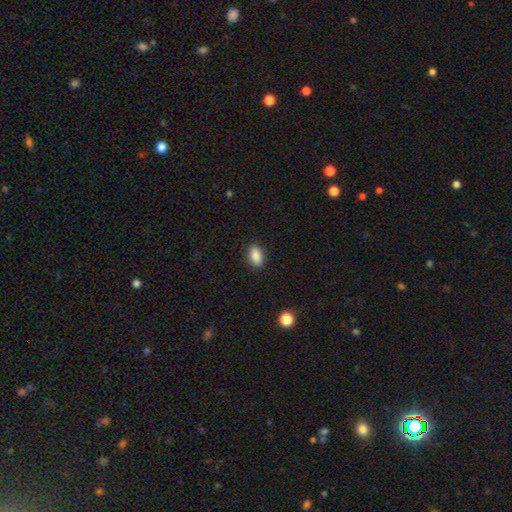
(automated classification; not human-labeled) A smooth galaxy with no disk features (89%) that is in between round and cigar-shaped (90%).

Vote fractions:
- Smooth or featured? smooth: 89% / star or artifact: 8% / featured or disk: 3%
- How rounded? in between: 90% / round: 7% / cigar-shaped: 3%
- Merging? none: 89% / minor disturbance: 8% / major disturbance: 2% / merger: 1%